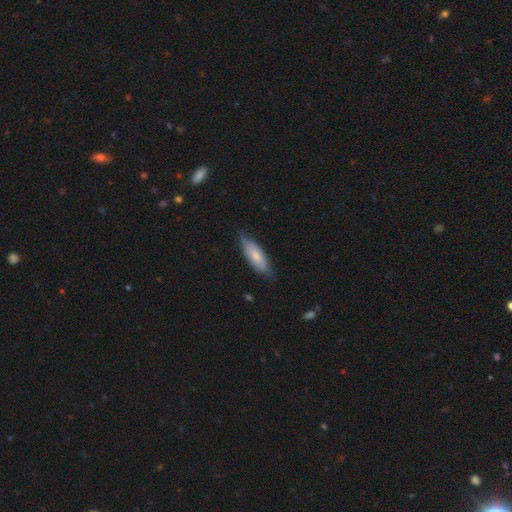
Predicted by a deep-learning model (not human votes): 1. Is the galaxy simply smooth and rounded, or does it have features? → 72% smooth, 23% featured or disk, 5% star or artifact.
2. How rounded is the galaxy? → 57% in between, 42% cigar-shaped, 2% round.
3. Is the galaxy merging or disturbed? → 72% none, 23% minor disturbance, 3% major disturbance, 1% merger.